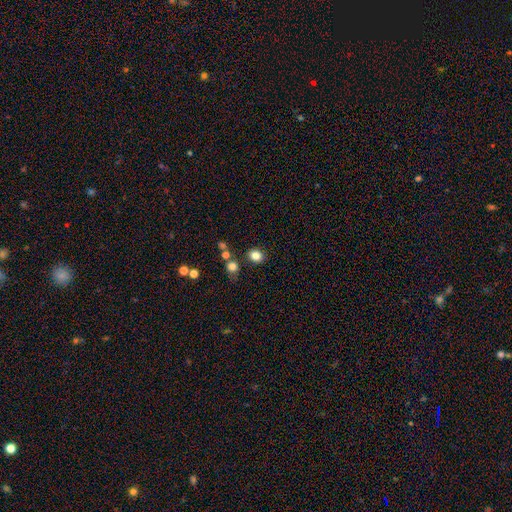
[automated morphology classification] Smooth or featured? smooth (83%)
How rounded? round (58%)
Merging? none (81%)